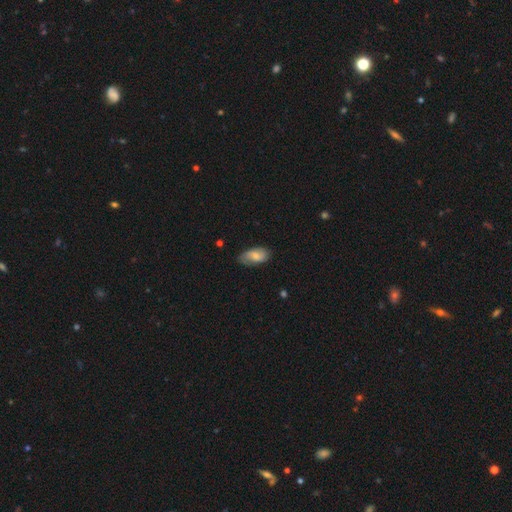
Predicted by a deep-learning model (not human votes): Smooth or featured? smooth (62%)
How rounded? in between (92%)
Merging? none (68%)